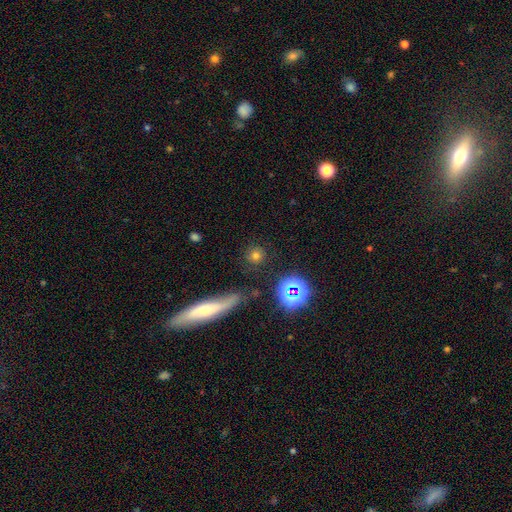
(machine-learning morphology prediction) Overall: smooth (69%). How rounded: round (91%). Merging: none (85%).